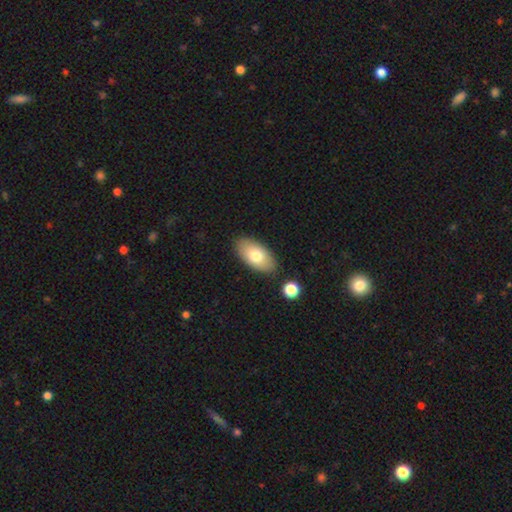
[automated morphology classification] A smooth galaxy with no disk features (73%) that is in between round and cigar-shaped (94%).

Vote fractions:
- Smooth or featured? smooth: 73% / featured or disk: 20% / star or artifact: 7%
- How rounded? in between: 94% / round: 3% / cigar-shaped: 3%
- Merging? none: 85% / minor disturbance: 10% / merger: 3% / major disturbance: 2%